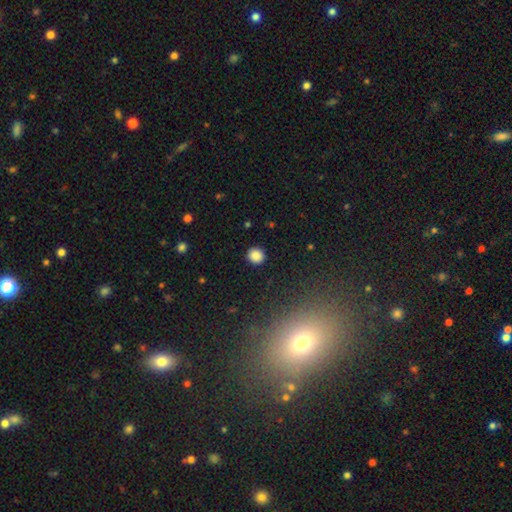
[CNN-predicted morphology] smooth_or_featured: smooth (p=0.86) [alt: star or artifact p=0.11]
how_rounded: round (p=0.88) [alt: in between p=0.11]
merging: none (p=0.90) [alt: minor disturbance p=0.07]